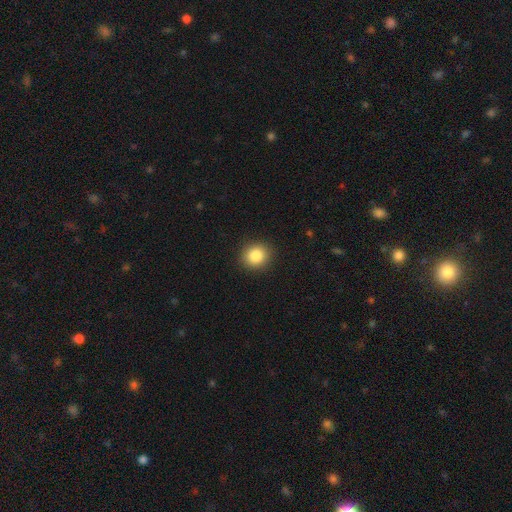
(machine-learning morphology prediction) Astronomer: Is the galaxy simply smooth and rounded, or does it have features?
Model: smooth — 85%.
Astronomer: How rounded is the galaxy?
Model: round — 80%.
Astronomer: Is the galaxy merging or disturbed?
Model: none — 91%.